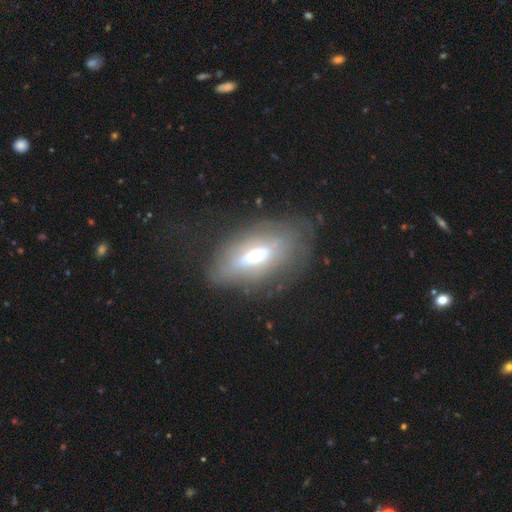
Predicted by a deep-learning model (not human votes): Q: Smooth or featured?
A: featured or disk (59%); runner-up: smooth (32%)
Q: Edge-on disk?
A: no (67%); runner-up: yes (33%)
Q: Merging?
A: none (66%); runner-up: minor disturbance (21%)